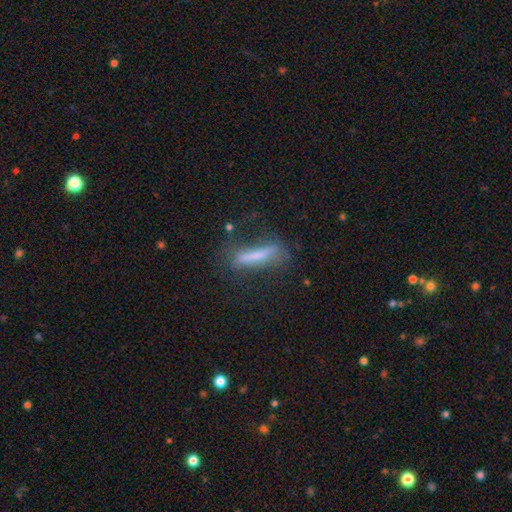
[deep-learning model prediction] smooth 55%, featured or disk 35%, star or artifact 10%. Down the decision tree: how rounded — cigar-shaped (86%); merging — none (60%).